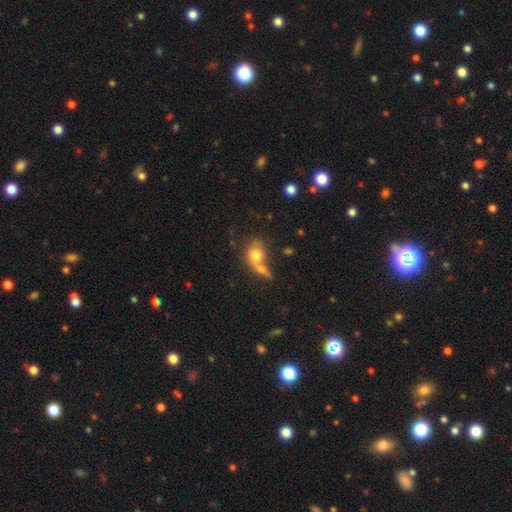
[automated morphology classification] A smooth galaxy with no disk features (72%) that is round (56%). Merging: merger (53%).